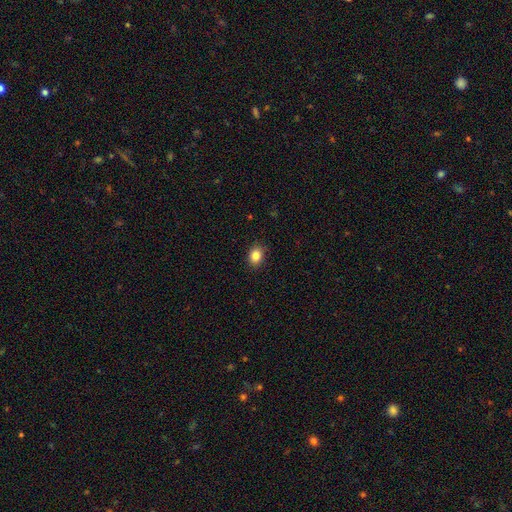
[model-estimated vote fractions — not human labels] The model was most divided on "how rounded": in between: 55%, round: 44%, cigar-shaped: 1%. More confident: merging — none (89%); smooth or featured — smooth (85%).